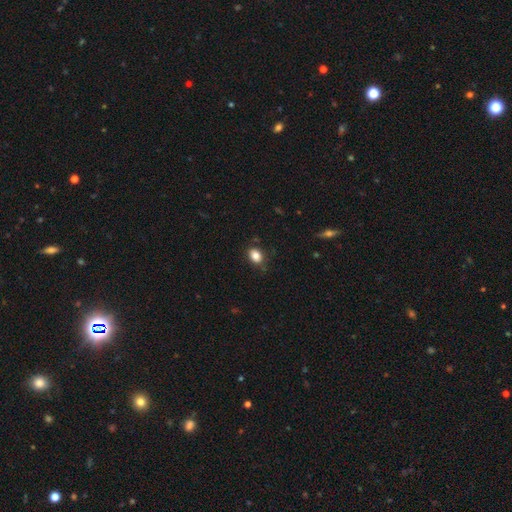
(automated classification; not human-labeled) Morphology: type=smooth (84%); roundness=in between (71%); merging=none (81%).